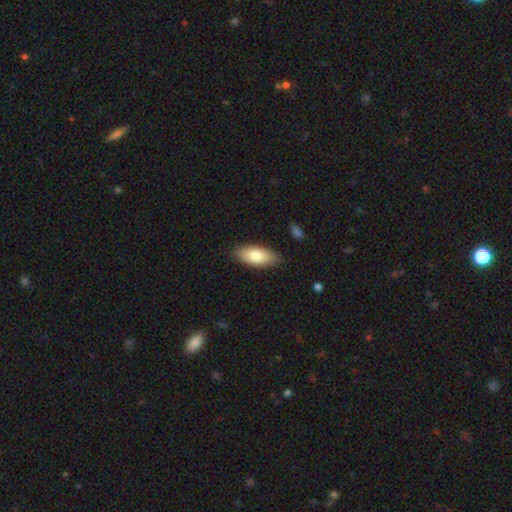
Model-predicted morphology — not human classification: A smooth galaxy with no disk features (80%) that is in between round and cigar-shaped (82%). Merging: none (84%).